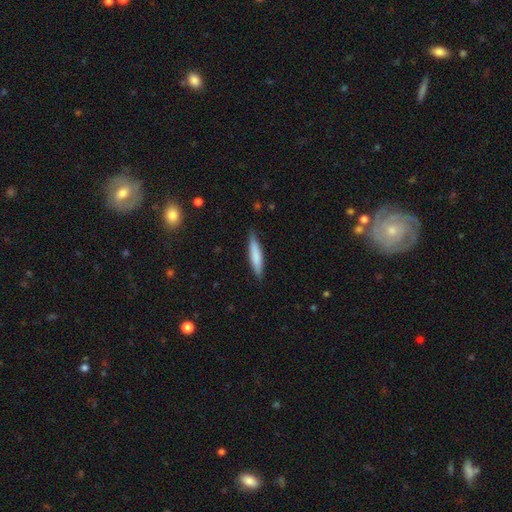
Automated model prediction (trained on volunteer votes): Smooth or featured: smooth — 76% (featured or disk — 19%)
How rounded: cigar-shaped — 85% (in between — 14%)
Merging: none — 85% (minor disturbance — 12%)